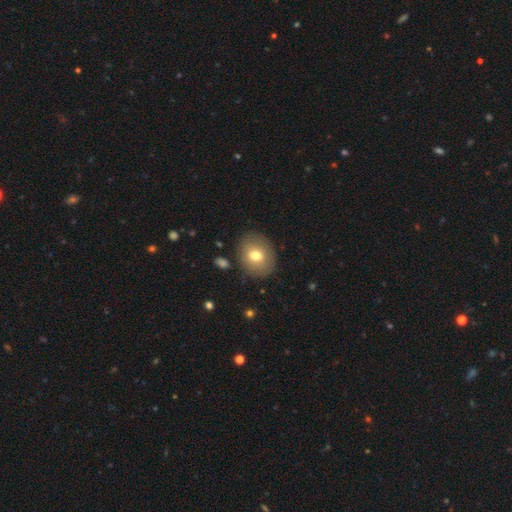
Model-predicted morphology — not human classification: Smooth or featured? smooth (72%)
How rounded? round (57%)
Merging? none (83%)